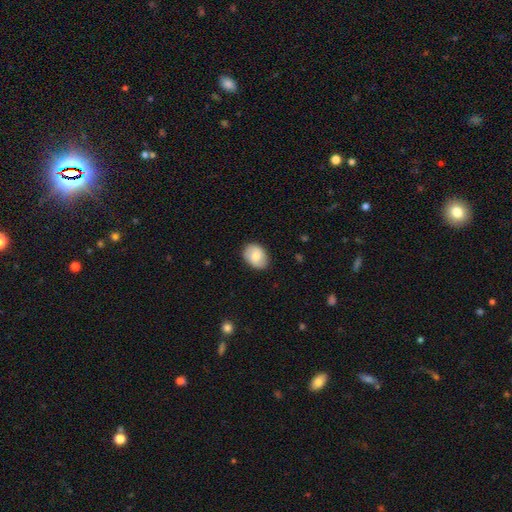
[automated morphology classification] smooth-or-featured: smooth: 69% | featured or disk: 24% | star or artifact: 7%
  how-rounded: in between: 70% | round: 29% | cigar-shaped: 1%
  merging: none: 84% | minor disturbance: 12% | major disturbance: 3% | merger: 1%